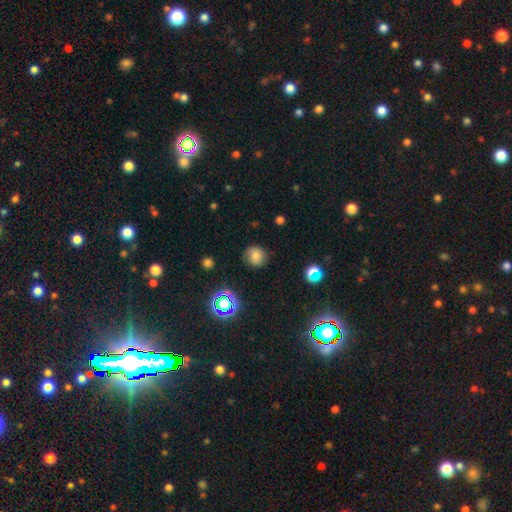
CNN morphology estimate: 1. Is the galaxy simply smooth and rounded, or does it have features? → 68% smooth, 16% star or artifact, 16% featured or disk.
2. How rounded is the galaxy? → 85% round, 14% in between, 1% cigar-shaped.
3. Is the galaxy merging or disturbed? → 77% none, 17% minor disturbance, 5% major disturbance, 2% merger.